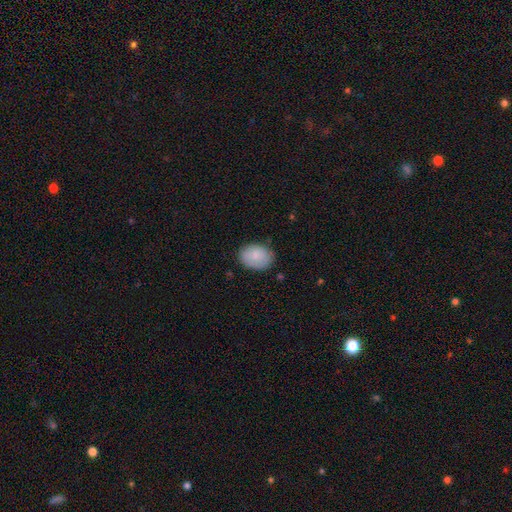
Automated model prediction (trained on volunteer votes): A smooth galaxy with no disk features (83%) that is in between round and cigar-shaped (74%). Merging: none (78%).